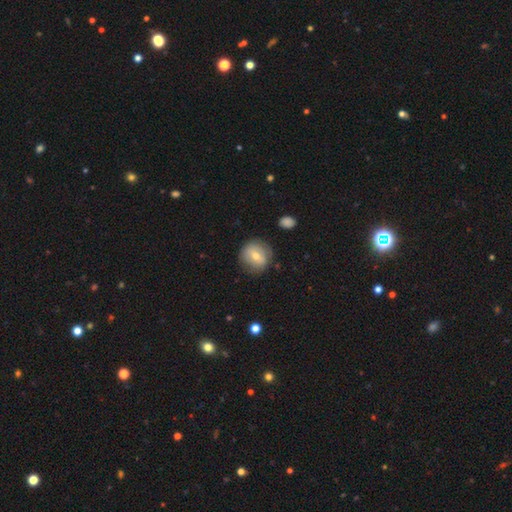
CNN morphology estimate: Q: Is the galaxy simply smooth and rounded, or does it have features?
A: smooth — 62%.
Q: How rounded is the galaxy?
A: round — 84%.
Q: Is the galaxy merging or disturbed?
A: none — 78%.